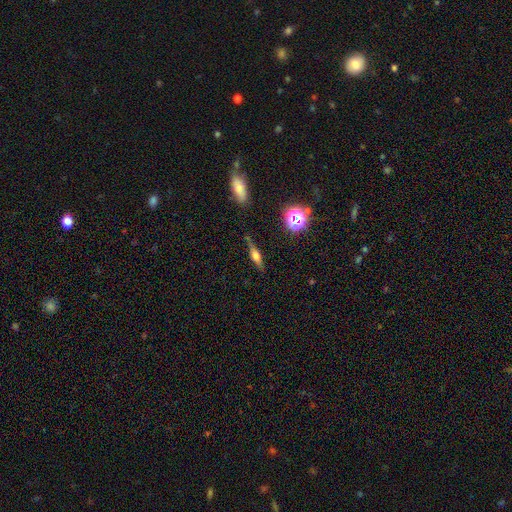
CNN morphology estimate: Smooth or featured?
  - featured or disk: 53% *
  - smooth: 35%
  - star or artifact: 12%
Edge-on disk?
  - yes: 92% *
  - no: 8%
Merging?
  - none: 80% *
  - minor disturbance: 14%
  - major disturbance: 4%
  - merger: 3%